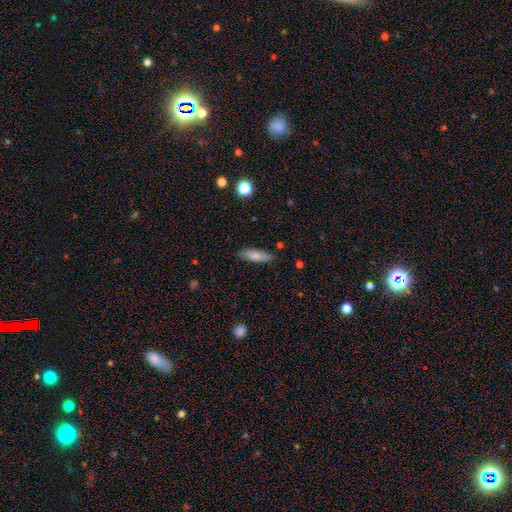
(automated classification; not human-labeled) smooth_or_featured: smooth (p=0.78) [alt: featured or disk p=0.15]
how_rounded: cigar-shaped (p=0.62) [alt: in between p=0.36]
merging: none (p=0.87) [alt: minor disturbance p=0.10]